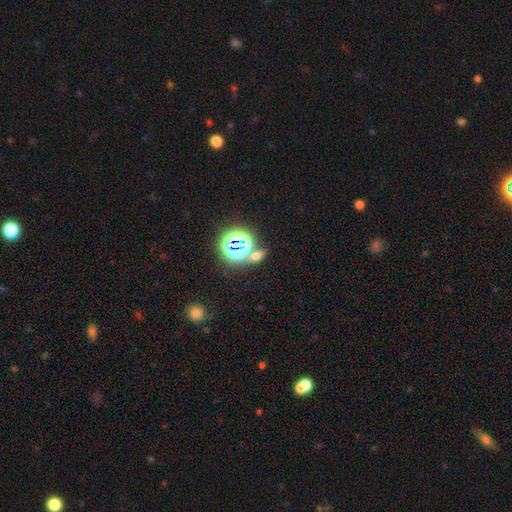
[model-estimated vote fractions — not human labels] Smooth or featured? Predicted: star or artifact (p=0.46).